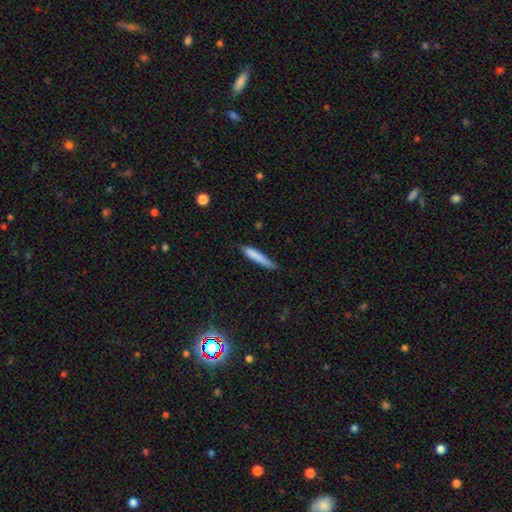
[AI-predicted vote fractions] A smooth galaxy with no disk features (81%) that is cigar-shaped (91%). Merging: none (71%).